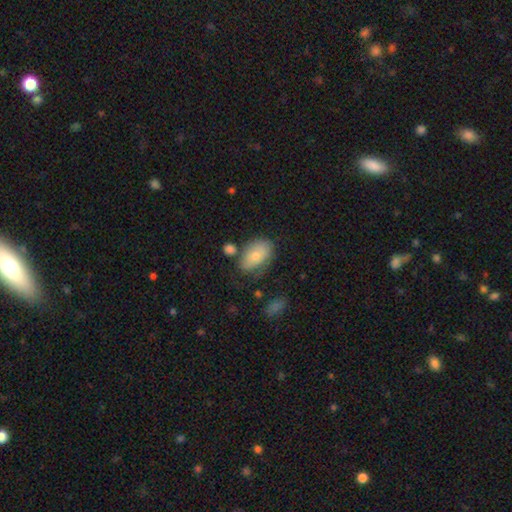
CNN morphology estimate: Smooth or featured? smooth (73%)
How rounded? in between (90%)
Merging? none (61%)